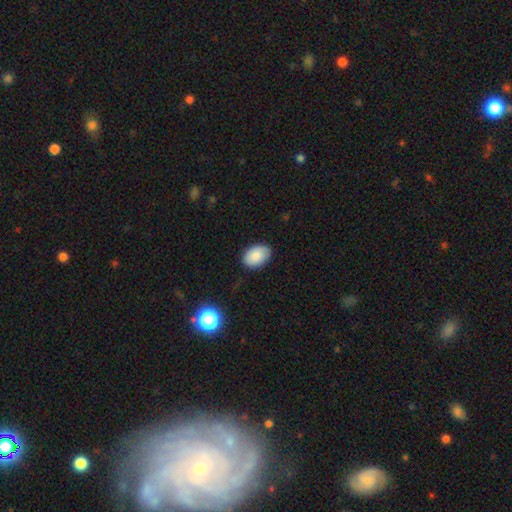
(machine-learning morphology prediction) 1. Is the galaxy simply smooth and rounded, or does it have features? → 87% smooth, 7% star or artifact, 6% featured or disk.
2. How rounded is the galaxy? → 86% in between, 13% round, 1% cigar-shaped.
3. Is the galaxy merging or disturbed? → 85% none, 12% minor disturbance, 2% major disturbance, 1% merger.